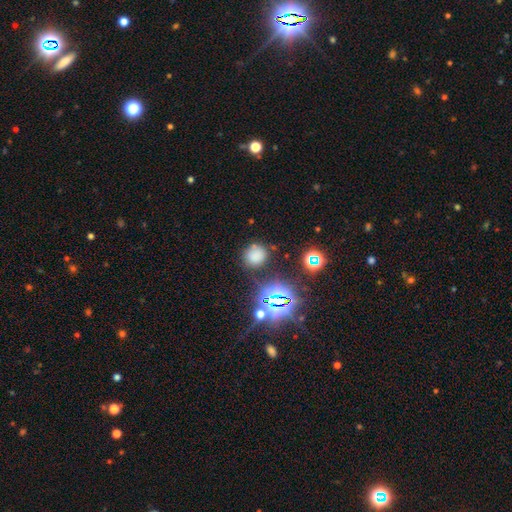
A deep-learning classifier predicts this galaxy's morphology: type=smooth (68%); roundness=round (86%); merging=none (76%).